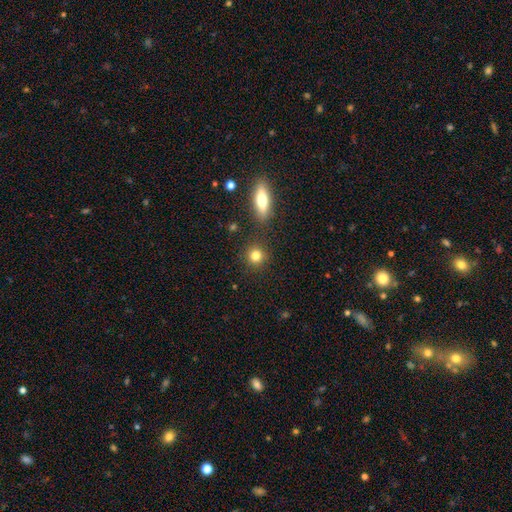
This appears to be a smooth galaxy with no disk features (84%) that is round (94%). Merging: none (94%).